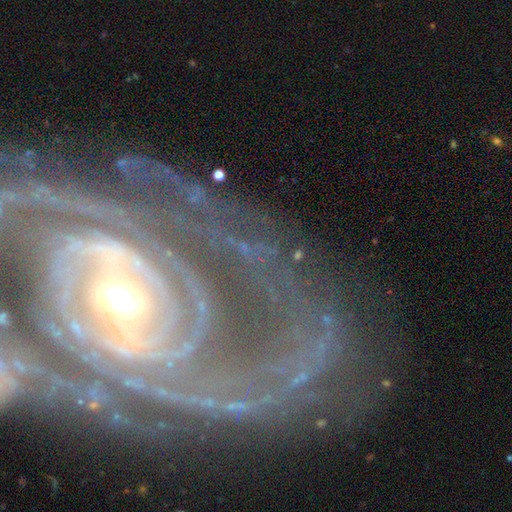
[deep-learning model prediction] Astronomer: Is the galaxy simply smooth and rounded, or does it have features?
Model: featured or disk — 89%.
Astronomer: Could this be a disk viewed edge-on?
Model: no — 95%.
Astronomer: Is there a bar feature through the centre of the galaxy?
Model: no — 46% (runner-up: strong, 28%).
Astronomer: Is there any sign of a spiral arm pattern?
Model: yes — 95%.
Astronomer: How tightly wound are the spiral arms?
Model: tight — 74%.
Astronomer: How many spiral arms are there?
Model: can't tell — 26% (runner-up: 2, 22%).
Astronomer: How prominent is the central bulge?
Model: moderate — 60%.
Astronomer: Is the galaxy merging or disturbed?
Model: none — 67%.